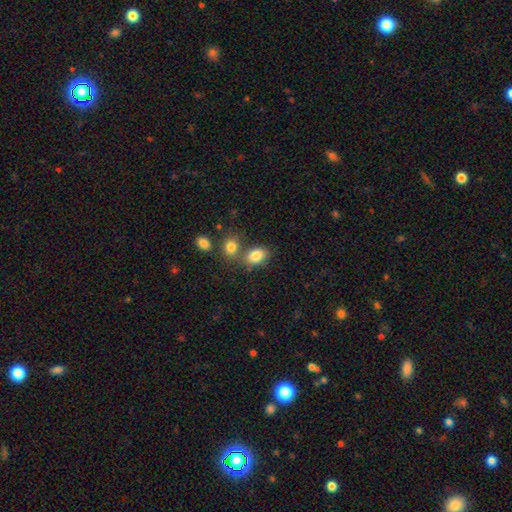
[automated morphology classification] This is clearly a smooth galaxy (85%). How rounded: likely in between (75%). Merging: possibly none (58%).